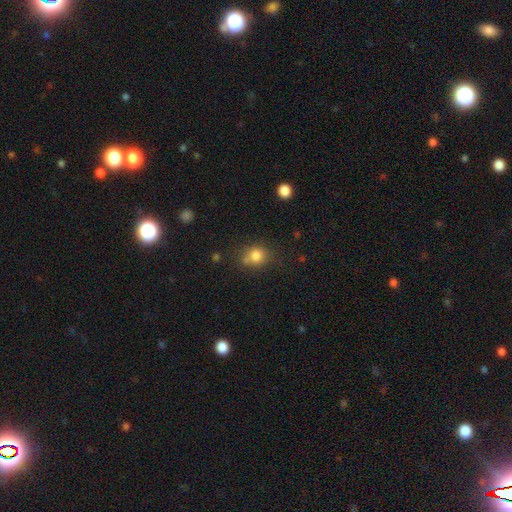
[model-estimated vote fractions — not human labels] This is clearly a smooth galaxy (80%). How rounded: likely round (71%). Merging: possibly none (58%).